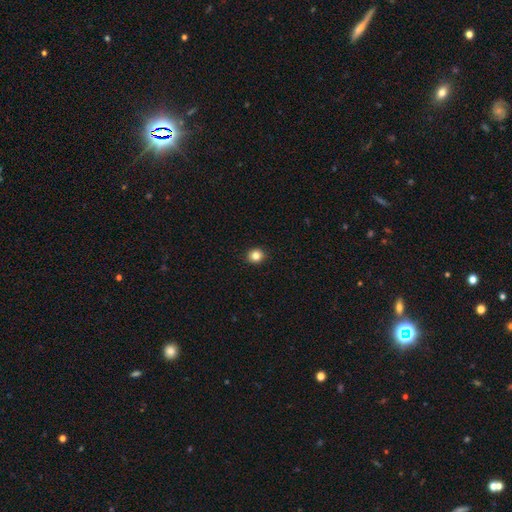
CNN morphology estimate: smooth_or_featured: smooth (p=0.84) [alt: star or artifact p=0.11]
how_rounded: round (p=0.84) [alt: in between p=0.15]
merging: none (p=0.93) [alt: minor disturbance p=0.05]